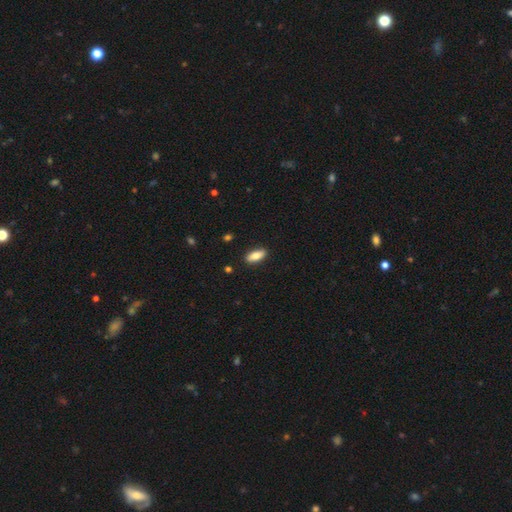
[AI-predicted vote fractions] This appears to be a smooth galaxy with no disk features (79%) that is in between round and cigar-shaped (80%). Merging: none (89%).